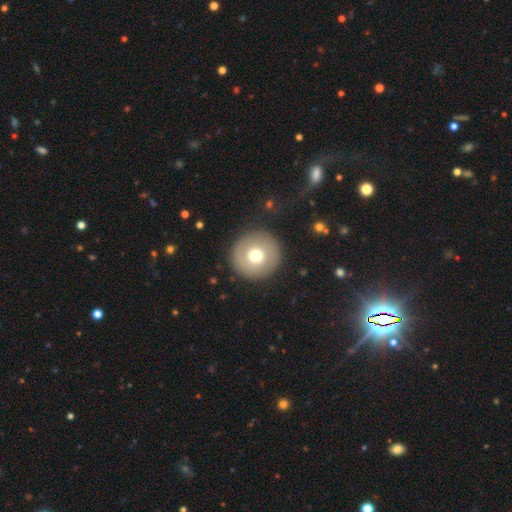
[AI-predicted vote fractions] smooth_or_featured: smooth (p=0.65) [alt: featured or disk p=0.26]
how_rounded: round (p=0.96) [alt: in between p=0.03]
merging: none (p=0.90) [alt: minor disturbance p=0.06]